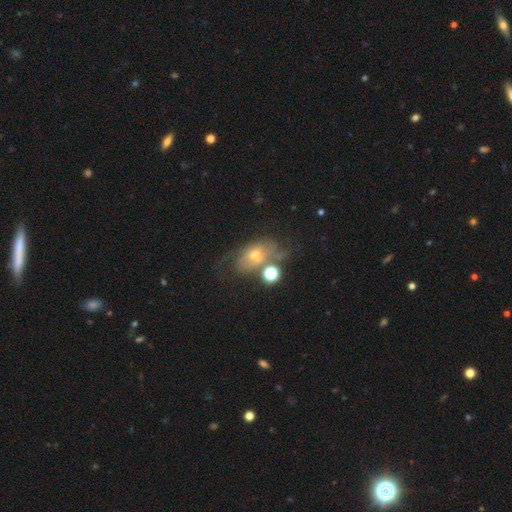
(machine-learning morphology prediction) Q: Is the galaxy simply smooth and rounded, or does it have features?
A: featured or disk — 49%.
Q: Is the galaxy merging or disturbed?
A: none — 37%.